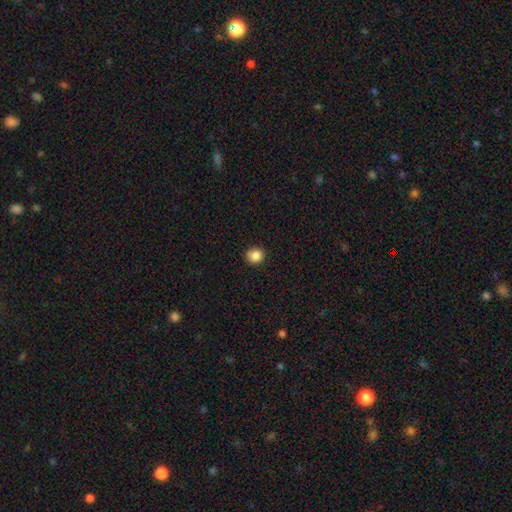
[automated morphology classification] Q: Smooth or featured?
A: smooth (87%); runner-up: star or artifact (10%)
Q: How rounded?
A: round (87%); runner-up: in between (12%)
Q: Merging?
A: none (88%); runner-up: minor disturbance (9%)